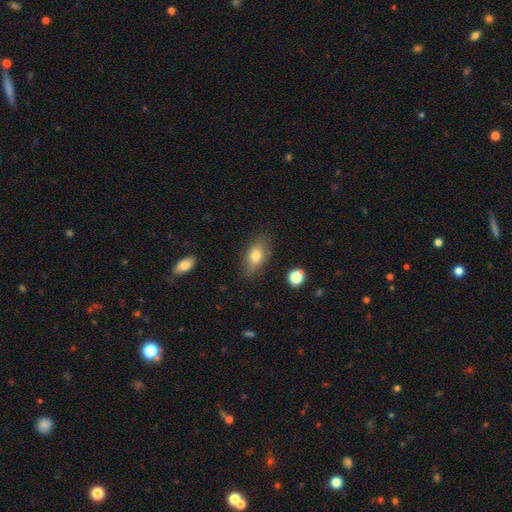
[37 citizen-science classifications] A smooth galaxy with no disk features (68%) that is in between round and cigar-shaped (76%).

Vote fractions:
- Smooth or featured? smooth: 68% / featured or disk: 24% / star or artifact: 8%
- How rounded? in between: 76% / round: 16% / cigar-shaped: 8%
- Merging? none: 94% / minor disturbance: 3% / merger: 3% / major disturbance: 0%